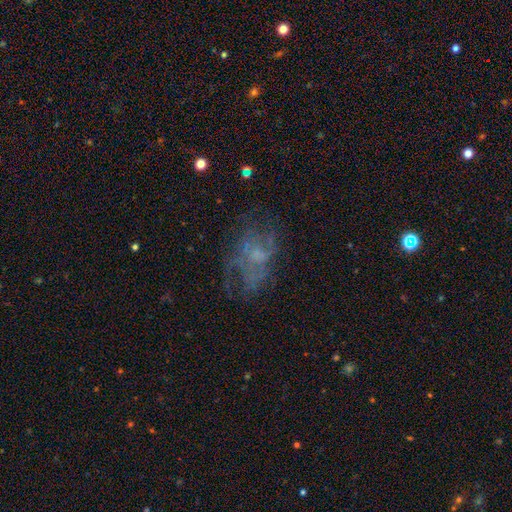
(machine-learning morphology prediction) Overall: featured or disk (56%; smooth 26%). Edge-on disk: no (97%). Bar: no (80%). Spiral arms: no (58%; yes 42%). Bulge size: none (42%; small 33%). Merging: none (50%; major disturbance 28%).